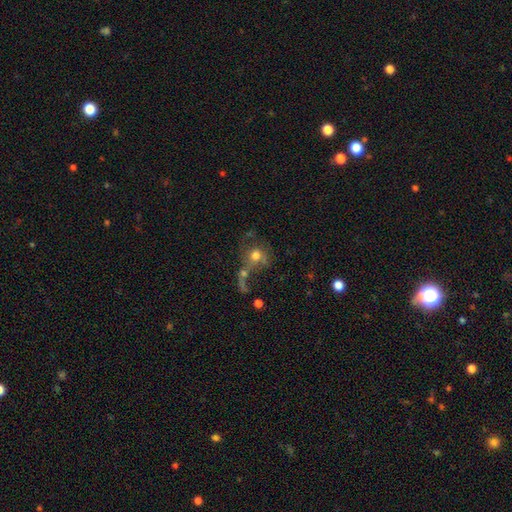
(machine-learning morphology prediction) smooth-or-featured: smooth: 59% | featured or disk: 27% | star or artifact: 14%
  how-rounded: round: 79% | in between: 19% | cigar-shaped: 2%
  merging: merger: 44% | none: 24% | major disturbance: 22% | minor disturbance: 10%